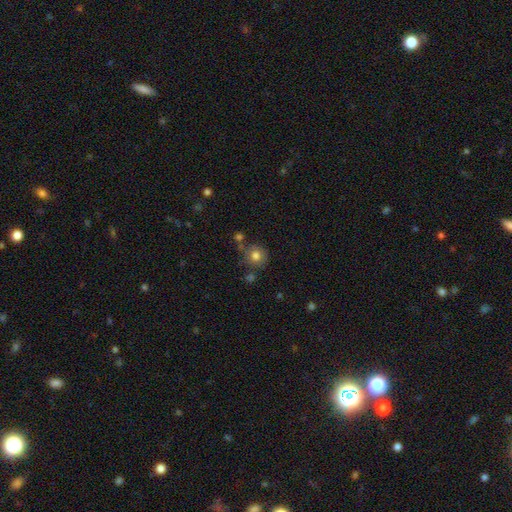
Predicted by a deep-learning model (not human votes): This appears to be a smooth galaxy with no disk features (77%) that is round (88%). Merging: none (66%).